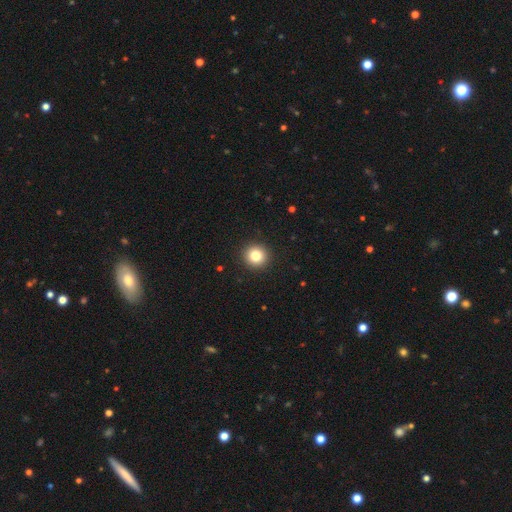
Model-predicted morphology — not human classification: Overall: smooth (82%). How rounded: round (94%). Merging: none (93%).